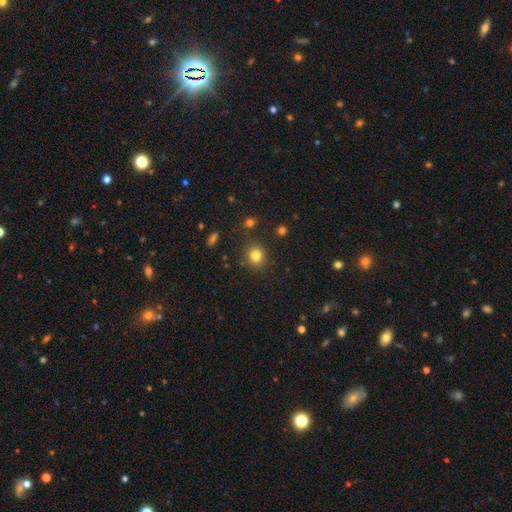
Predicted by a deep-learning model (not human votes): Smooth or featured: smooth — 81% (star or artifact — 12%)
How rounded: round — 82% (in between — 17%)
Merging: none — 87% (minor disturbance — 8%)